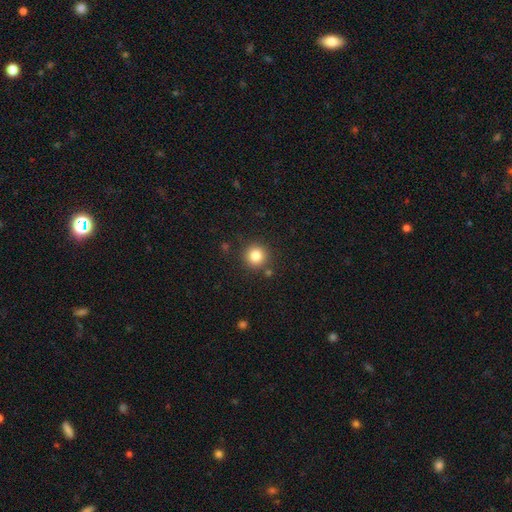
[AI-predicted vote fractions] A smooth galaxy with no disk features (83%) that is round (94%).

Vote fractions:
- Smooth or featured? smooth: 83% / star or artifact: 11% / featured or disk: 6%
- How rounded? round: 94% / in between: 5% / cigar-shaped: 1%
- Merging? none: 88% / minor disturbance: 7% / merger: 3% / major disturbance: 2%